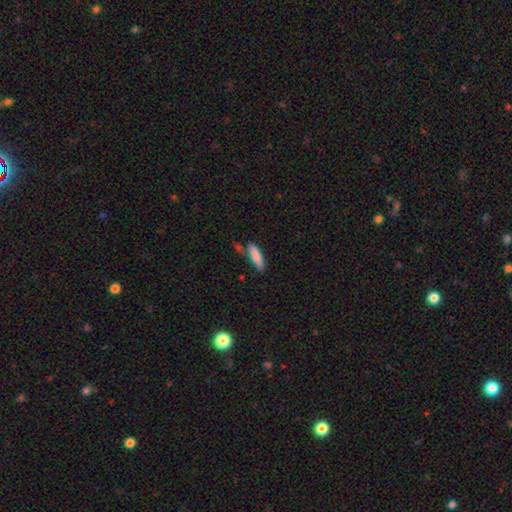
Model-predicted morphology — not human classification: Smooth or featured?
  - smooth: 85% *
  - featured or disk: 8%
  - star or artifact: 6%
How rounded?
  - cigar-shaped: 62% *
  - in between: 36%
  - round: 2%
Merging?
  - none: 64% *
  - minor disturbance: 21%
  - merger: 11%
  - major disturbance: 5%